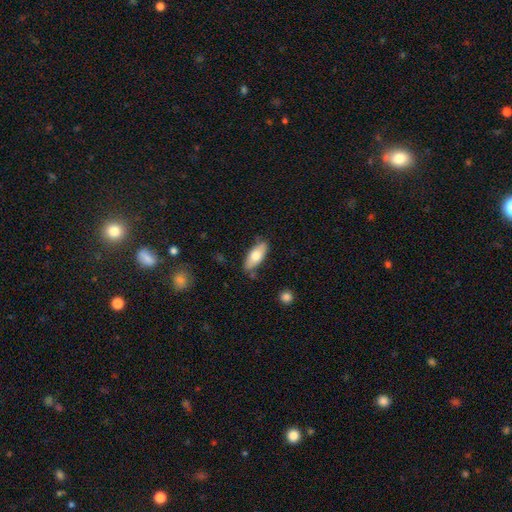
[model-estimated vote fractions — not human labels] Smooth or featured? Predicted: smooth (p=0.72). How rounded? Predicted: in between (p=0.77). Merging? Predicted: none (p=0.79).